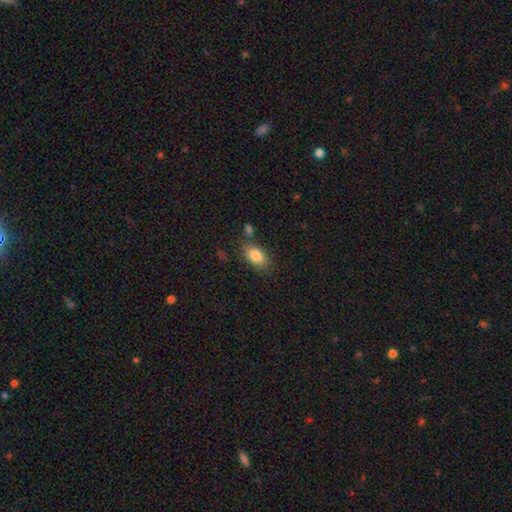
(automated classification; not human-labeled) A smooth galaxy with no disk features (85%) that is in between round and cigar-shaped (89%). Merging: none (73%).